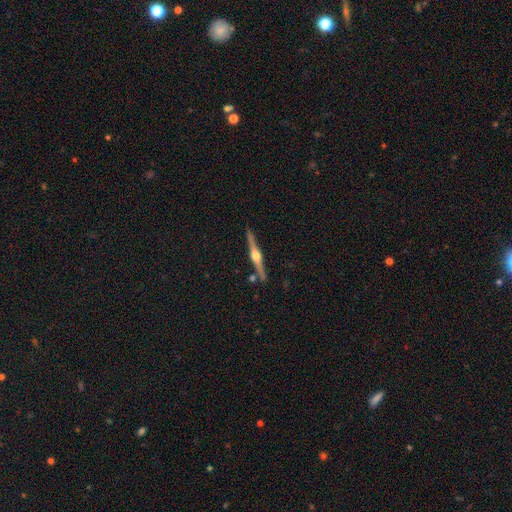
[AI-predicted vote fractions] Smooth or featured: featured or disk — 85% (smooth — 10%)
Edge-on disk: yes — 98% (no — 2%)
Edge-on bulge: rounded — 95% (boxy — 4%)
Merging: none — 88% (minor disturbance — 7%)